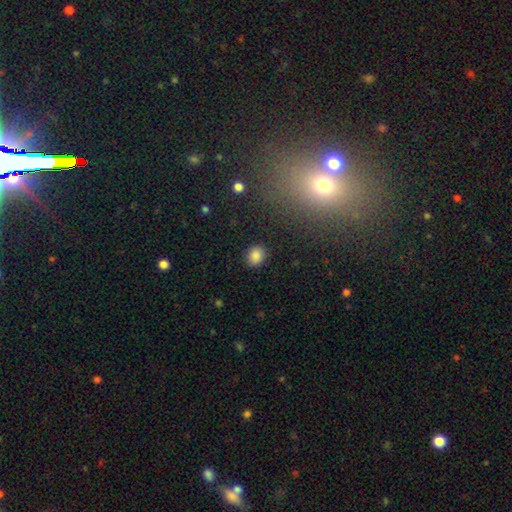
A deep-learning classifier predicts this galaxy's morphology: Smooth or featured? Predicted: smooth (p=0.86). How rounded? Predicted: round (p=0.57). Merging? Predicted: none (p=0.88).